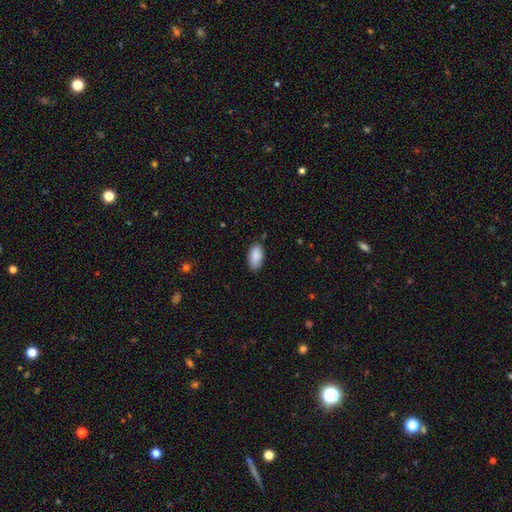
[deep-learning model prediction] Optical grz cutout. It shows a smooth galaxy with no disk features (89%) that is in between round and cigar-shaped (94%). Merging: none (81%).